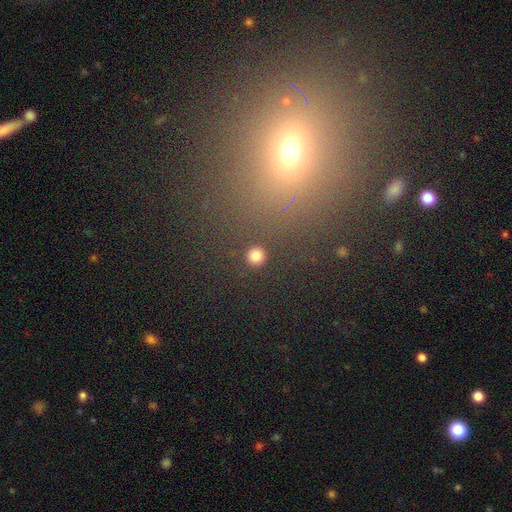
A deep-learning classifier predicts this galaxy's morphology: A smooth galaxy with no disk features (82%) that is round (95%). Merging: none (92%).